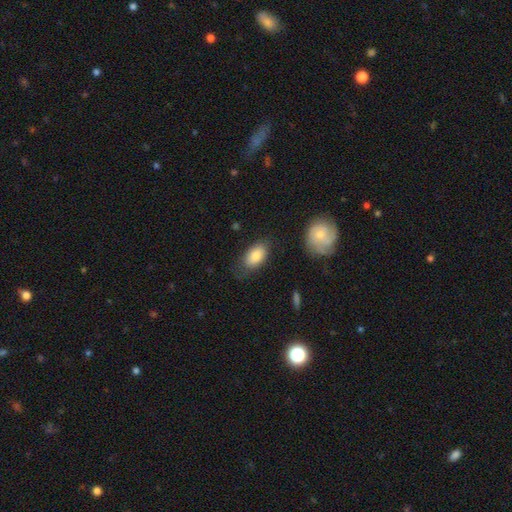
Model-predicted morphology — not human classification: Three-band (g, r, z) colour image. It shows a smooth galaxy with no disk features (82%) that is in between round and cigar-shaped (92%). Merging: none (74%).